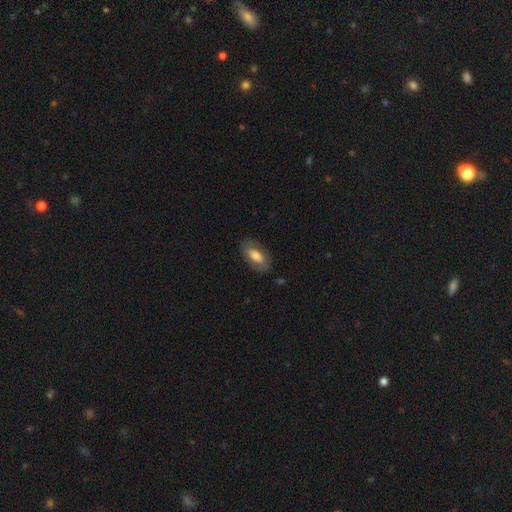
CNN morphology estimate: Smooth or featured? Predicted: smooth (p=0.62). How rounded? Predicted: in between (p=0.91). Merging? Predicted: none (p=0.81).